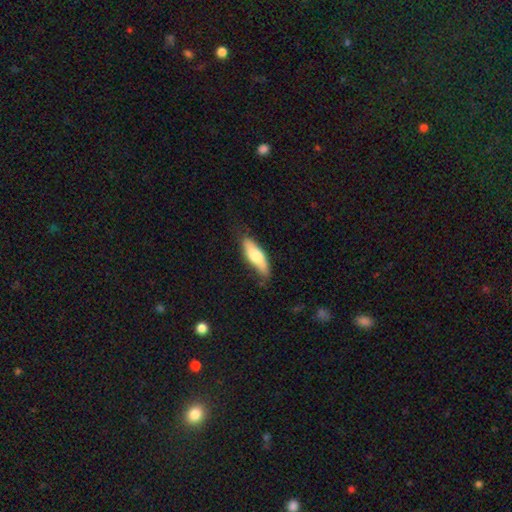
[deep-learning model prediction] Overall: smooth (66%; featured or disk 29%). How rounded: in between (54%; cigar-shaped 44%). Merging: none (68%).